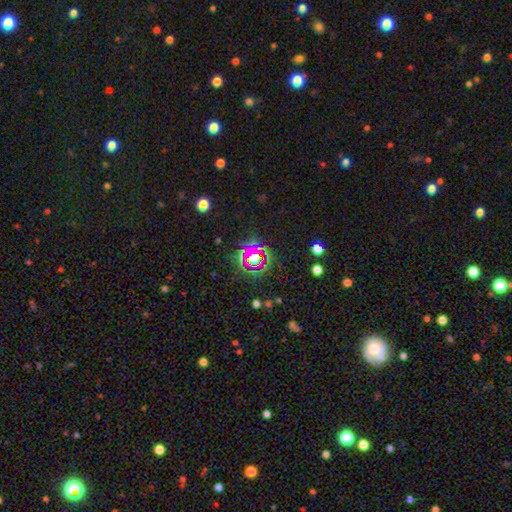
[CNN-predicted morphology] A star or artifact, not a galaxy (66%).